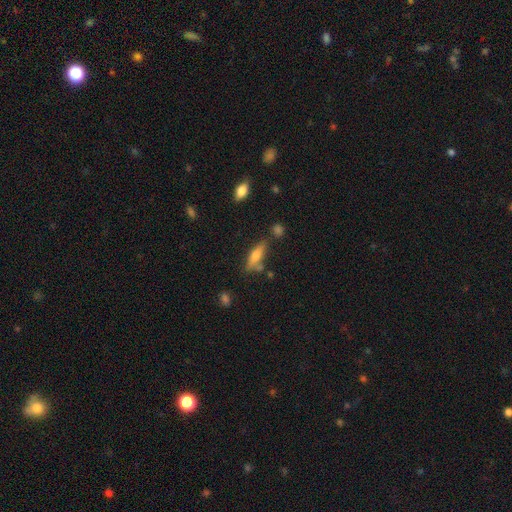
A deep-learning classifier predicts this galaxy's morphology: This appears to be a smooth galaxy with no disk features (61%) that is cigar-shaped (53%). Merging: none (66%).